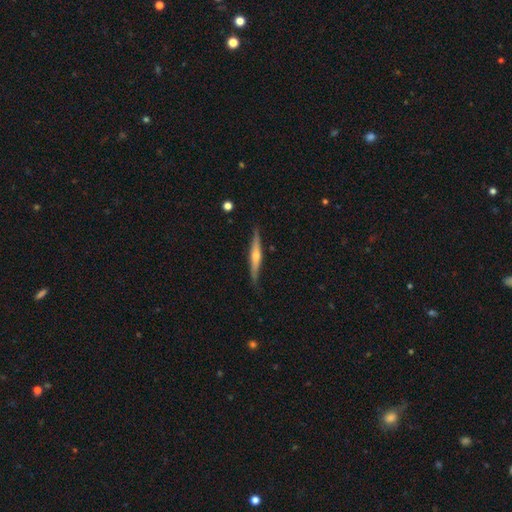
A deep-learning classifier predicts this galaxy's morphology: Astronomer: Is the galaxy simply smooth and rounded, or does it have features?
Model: featured or disk — 63%.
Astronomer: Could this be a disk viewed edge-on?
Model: yes — 96%.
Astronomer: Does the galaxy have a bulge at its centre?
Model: rounded — 82%.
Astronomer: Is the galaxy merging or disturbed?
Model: none — 83%.